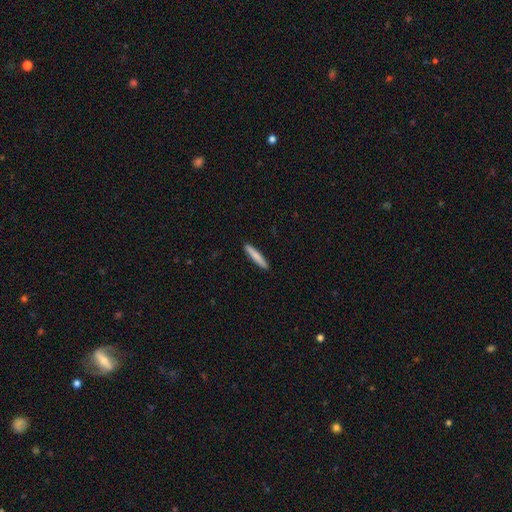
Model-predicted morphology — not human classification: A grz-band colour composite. It shows a smooth galaxy with no disk features (79%) that is cigar-shaped (94%). Merging: none (92%).